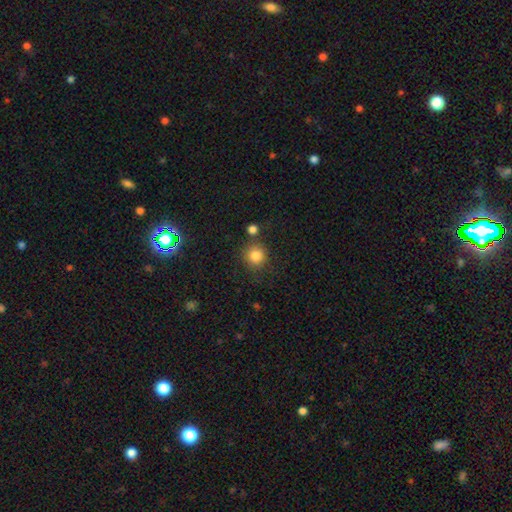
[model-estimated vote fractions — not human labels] The model was most divided on "merging": none: 80%, minor disturbance: 9%, merger: 7%, major disturbance: 3%. More confident: how rounded — round (92%); smooth or featured — smooth (84%).